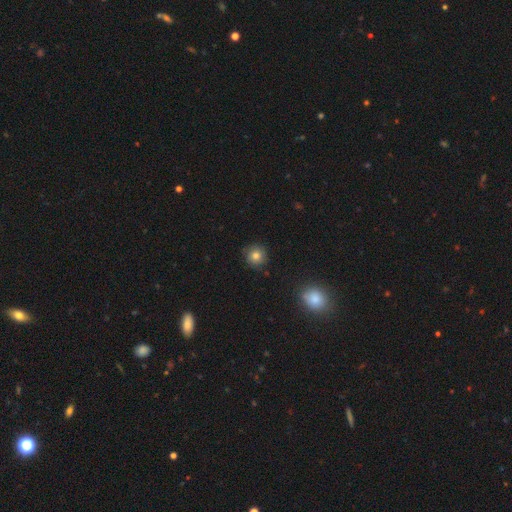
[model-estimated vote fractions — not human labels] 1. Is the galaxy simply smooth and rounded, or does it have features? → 78% smooth, 12% star or artifact, 10% featured or disk.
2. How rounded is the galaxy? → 93% round, 6% in between, 1% cigar-shaped.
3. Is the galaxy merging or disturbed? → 85% none, 11% minor disturbance, 3% major disturbance, 2% merger.